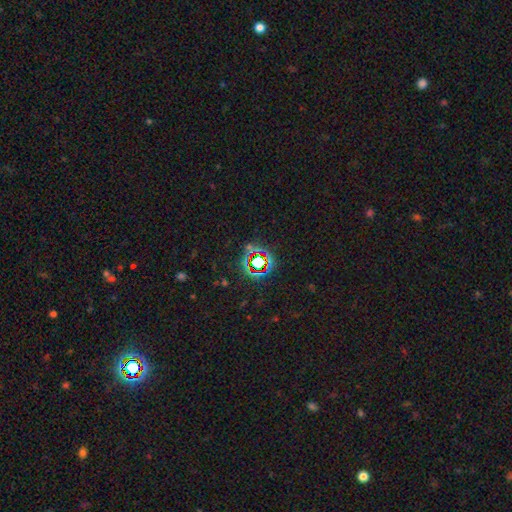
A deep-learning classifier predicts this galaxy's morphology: Smooth or featured: star or artifact — 76% (smooth — 14%)